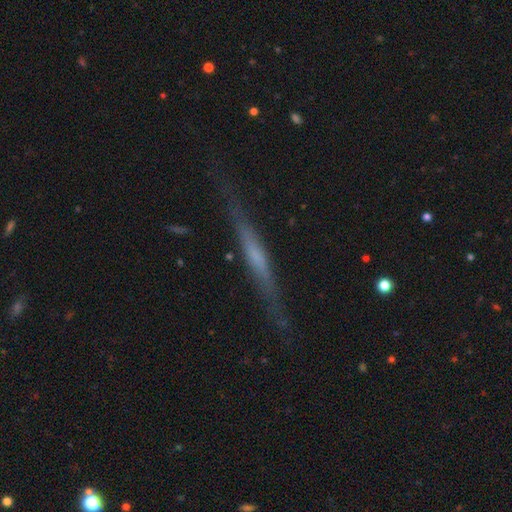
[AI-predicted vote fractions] smooth_or_featured: featured or disk (p=0.61) [alt: smooth p=0.32]
disk_edge_on: yes (p=0.94) [alt: no p=0.06]
edge_on_bulge: none (p=0.55) [alt: rounded p=0.26]
merging: none (p=0.79) [alt: minor disturbance p=0.14]